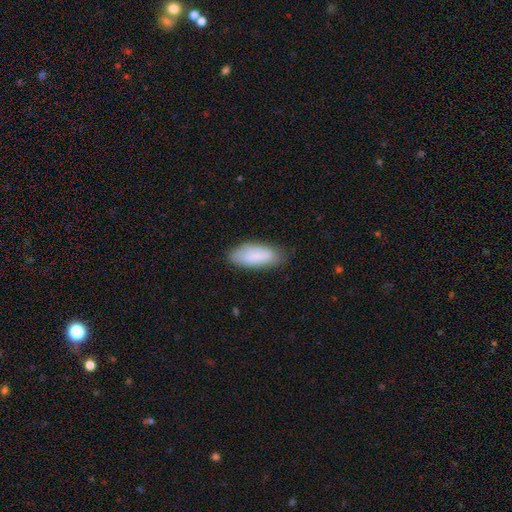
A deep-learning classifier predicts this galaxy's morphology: This appears to be a smooth galaxy with no disk features (77%) that is in between round and cigar-shaped (81%). Merging: none (74%).